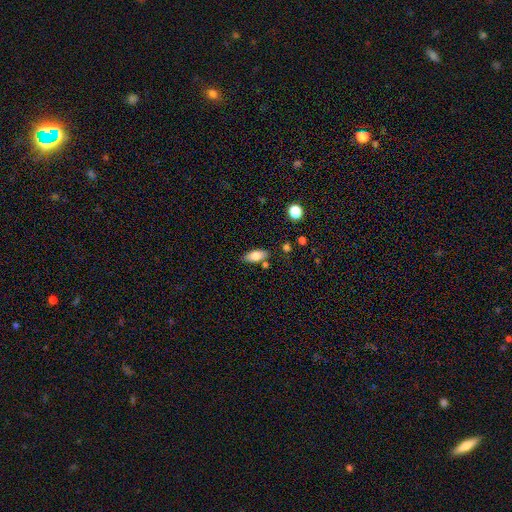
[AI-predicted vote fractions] The model was most divided on "smooth or featured": smooth: 79%, featured or disk: 14%, star or artifact: 8%. More confident: how rounded — in between (87%); merging — none (79%).